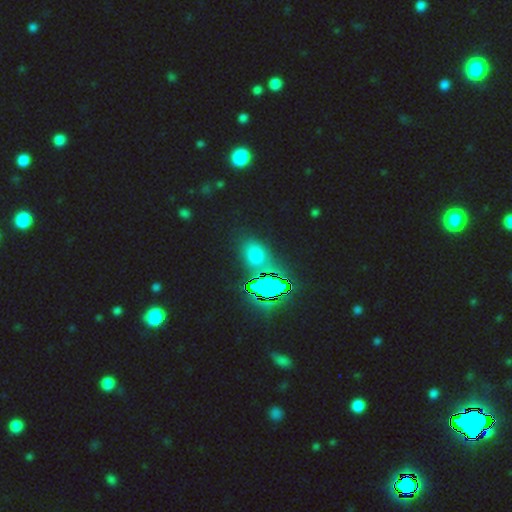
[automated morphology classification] Smooth or featured?
  - smooth: 45% *
  - star or artifact: 44%
  - featured or disk: 11%
Merging?
  - none: 75% *
  - minor disturbance: 13%
  - major disturbance: 7%
  - merger: 6%